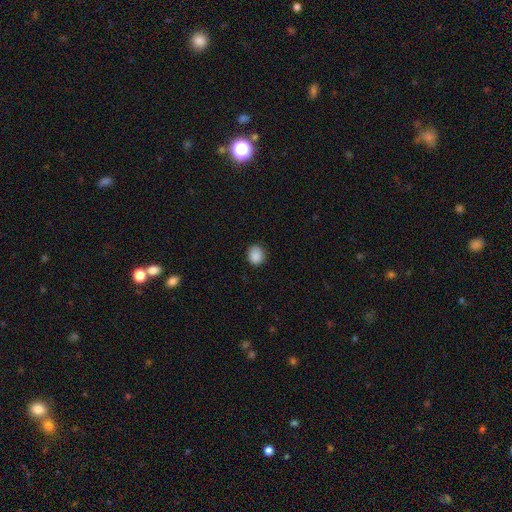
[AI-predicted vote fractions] The model was most divided on "how rounded": round: 76%, in between: 23%, cigar-shaped: 1%. More confident: smooth or featured — smooth (88%); merging — none (84%).